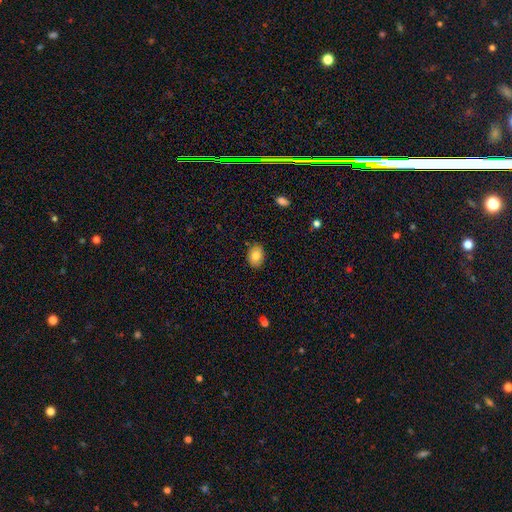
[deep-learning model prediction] The model was most divided on "how rounded": in between: 72%, round: 27%, cigar-shaped: 1%. More confident: merging — none (87%); smooth or featured — smooth (81%).